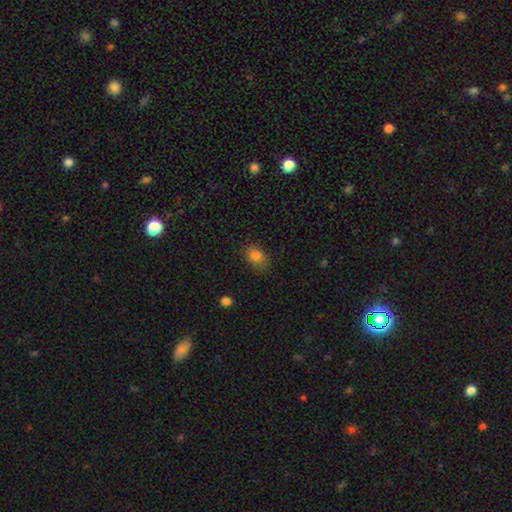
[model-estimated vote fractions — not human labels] Smooth or featured? smooth (81%)
How rounded? in between (69%)
Merging? none (72%)